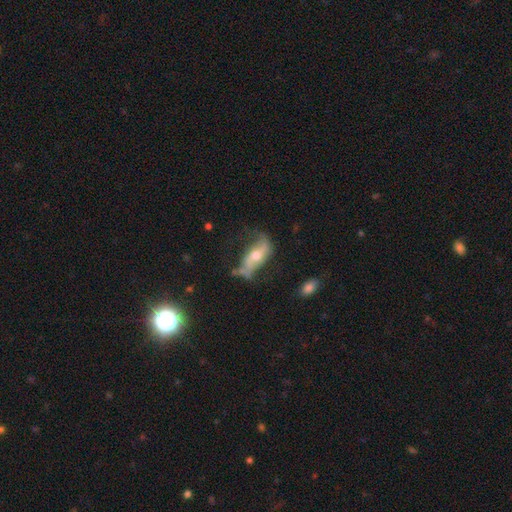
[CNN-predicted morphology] featured or disk 69%, smooth 22%, star or artifact 8%. Down the decision tree: edge-on disk — no (83%); bar — no (47%); spiral arms — yes (81%); bulge size — moderate (62%); merging — none (46%).